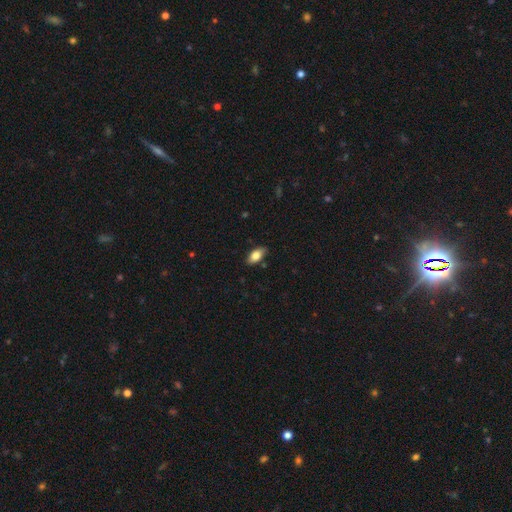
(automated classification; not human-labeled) smooth_or_featured: smooth (p=0.78) [alt: featured or disk p=0.15]
how_rounded: in between (p=0.90) [alt: cigar-shaped p=0.07]
merging: none (p=0.82) [alt: minor disturbance p=0.14]